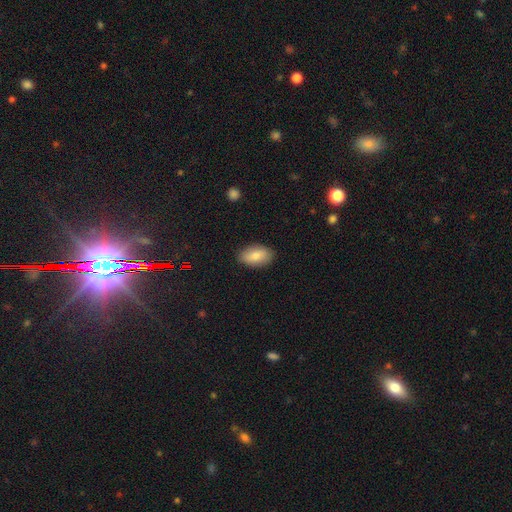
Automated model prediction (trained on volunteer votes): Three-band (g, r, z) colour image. It shows a smooth galaxy with no disk features (80%) that is in between round and cigar-shaped (92%). Merging: none (87%).